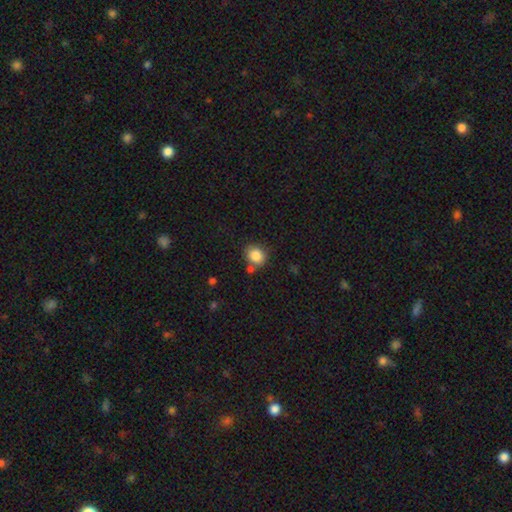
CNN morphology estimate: smooth-or-featured: smooth: 85% | star or artifact: 9% | featured or disk: 5%
  how-rounded: round: 76% | in between: 23% | cigar-shaped: 1%
  merging: none: 70% | merger: 13% | minor disturbance: 13% | major disturbance: 4%